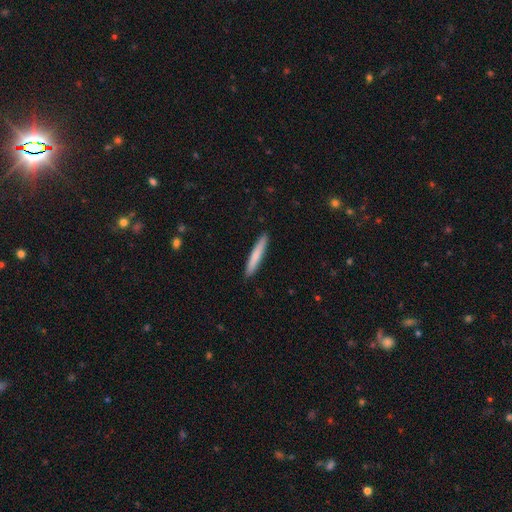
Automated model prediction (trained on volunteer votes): Smooth or featured: smooth — 77% (featured or disk — 17%)
How rounded: cigar-shaped — 95% (in between — 4%)
Merging: none — 91% (minor disturbance — 6%)